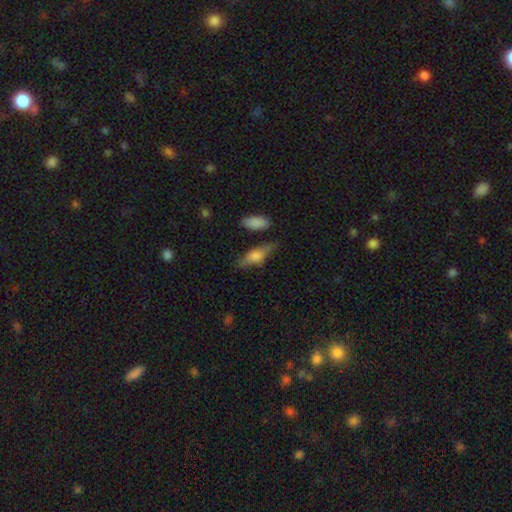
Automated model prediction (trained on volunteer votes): smooth 63%, featured or disk 29%, star or artifact 7%. Down the decision tree: how rounded — in between (63%); merging — none (64%).